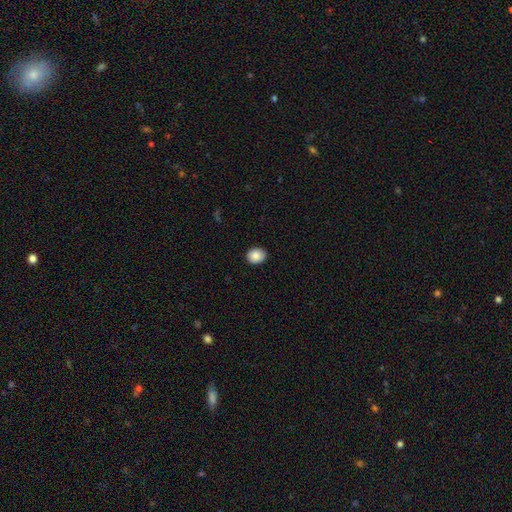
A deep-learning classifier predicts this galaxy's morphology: The model was most divided on "how rounded": round: 62%, in between: 38%, cigar-shaped: 1%. More confident: merging — none (90%); smooth or featured — smooth (87%).